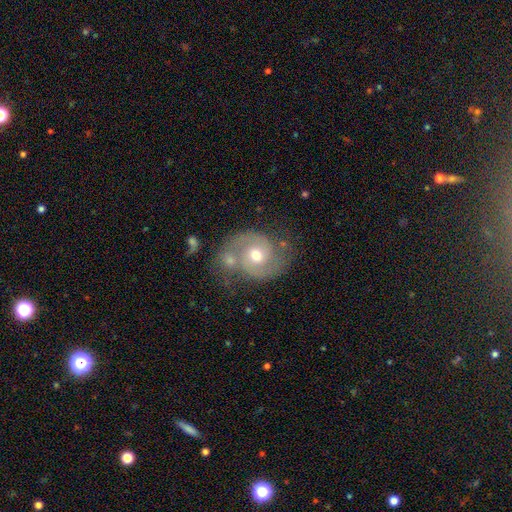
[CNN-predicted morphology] Smooth or featured? Predicted: featured or disk (p=0.82). Edge-on disk? Predicted: no (p=0.98). Bar? Predicted: no (p=0.63). Spiral arms? Predicted: yes (p=0.94). Spiral winding? Predicted: medium (p=0.53). Spiral arm count? Predicted: 2 (p=0.89). Bulge size? Predicted: moderate (p=0.74). Merging? Predicted: none (p=0.54).